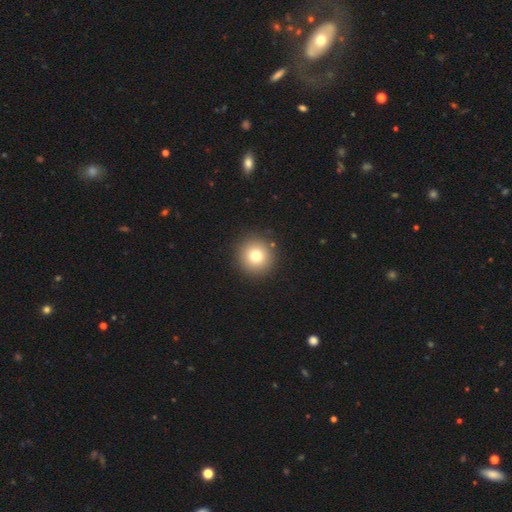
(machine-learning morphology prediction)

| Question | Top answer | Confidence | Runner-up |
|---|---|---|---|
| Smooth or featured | smooth | 76% | star or artifact (12%) |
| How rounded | round | 95% | in between (4%) |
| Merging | none | 91% | minor disturbance (5%) |